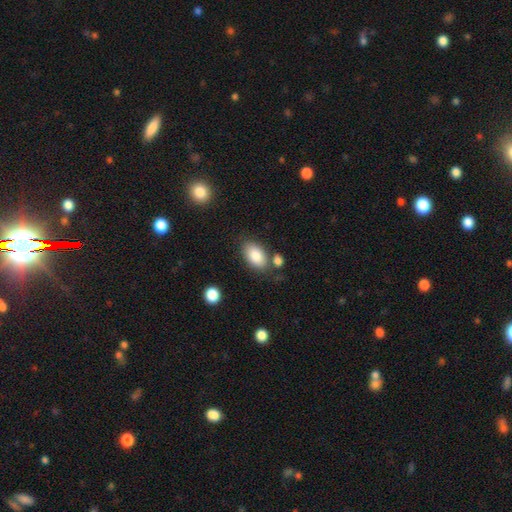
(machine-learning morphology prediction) A smooth galaxy with no disk features (85%) that is in between round and cigar-shaped (92%). Merging: none (71%).